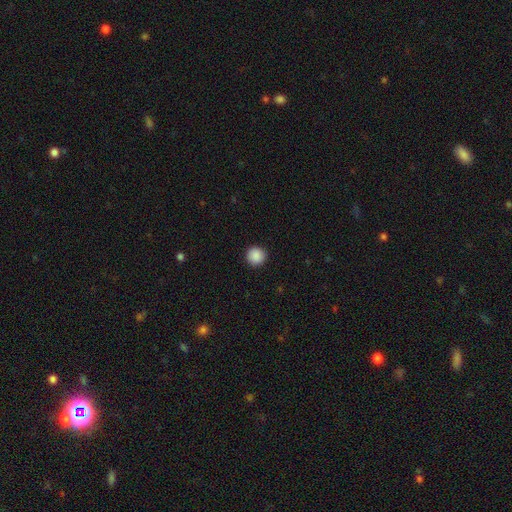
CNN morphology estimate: Overall: smooth (89%). How rounded: round (95%). Merging: none (93%).